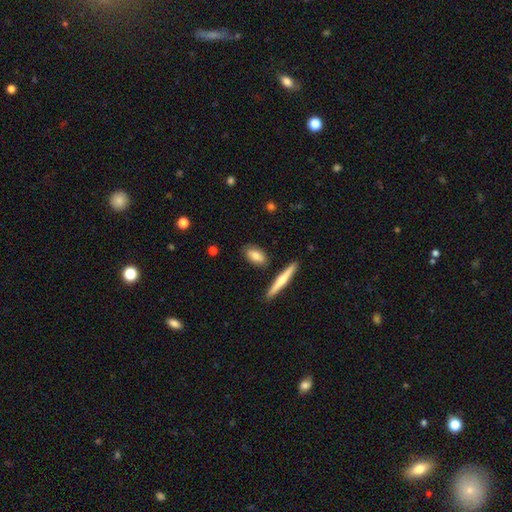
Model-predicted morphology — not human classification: smooth_or_featured: smooth (p=0.71) [alt: featured or disk p=0.23]
how_rounded: in between (p=0.77) [alt: cigar-shaped p=0.18]
merging: none (p=0.80) [alt: minor disturbance p=0.12]